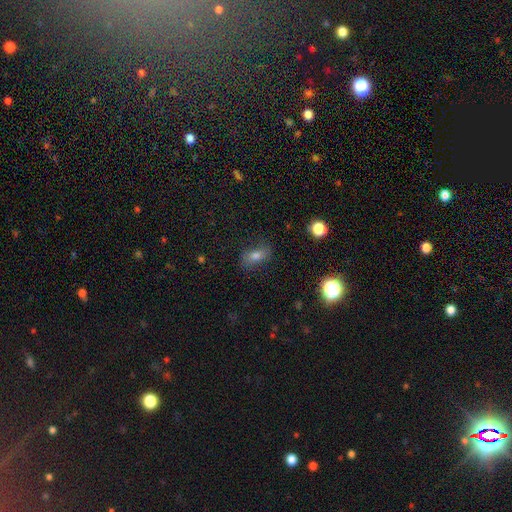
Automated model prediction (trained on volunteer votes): A smooth galaxy with no disk features (65%) that is in between round and cigar-shaped (78%). Merging: none (77%).